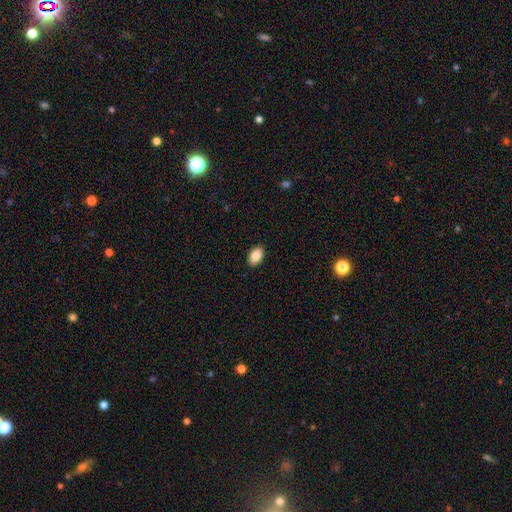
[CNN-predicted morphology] Smooth or featured: smooth — 88% (star or artifact — 7%)
How rounded: in between — 91% (round — 8%)
Merging: none — 90% (minor disturbance — 8%)